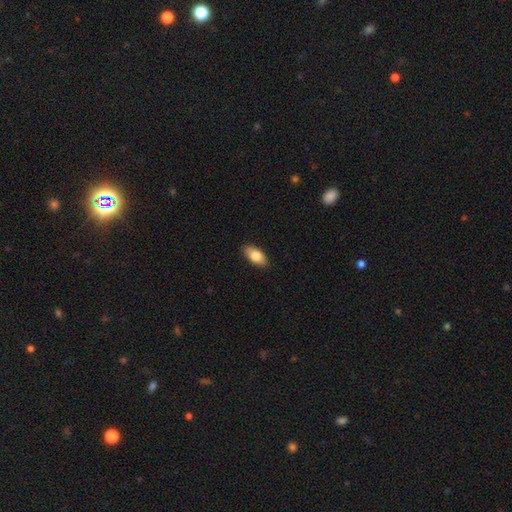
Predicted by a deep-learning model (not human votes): A smooth galaxy with no disk features (81%) that is in between round and cigar-shaped (92%).

Vote fractions:
- Smooth or featured? smooth: 81% / featured or disk: 12% / star or artifact: 6%
- How rounded? in between: 92% / cigar-shaped: 5% / round: 3%
- Merging? none: 89% / minor disturbance: 9% / major disturbance: 2% / merger: 1%